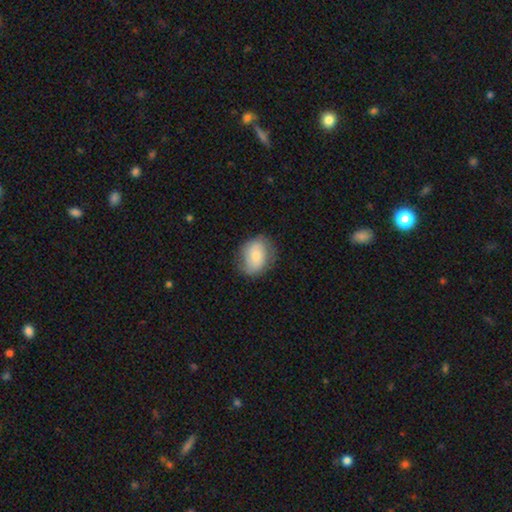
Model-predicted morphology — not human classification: type=smooth (61%); roundness=in between (60%); merging=none (73%).